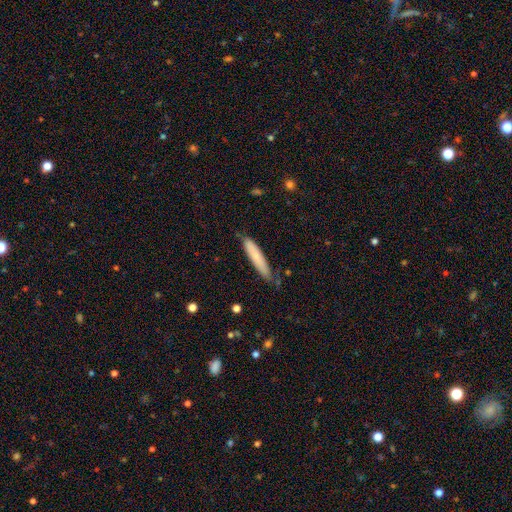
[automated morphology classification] The model was most divided on "merging": none: 76%, minor disturbance: 19%, major disturbance: 3%, merger: 2%. More confident: how rounded — cigar-shaped (90%); smooth or featured — smooth (75%).